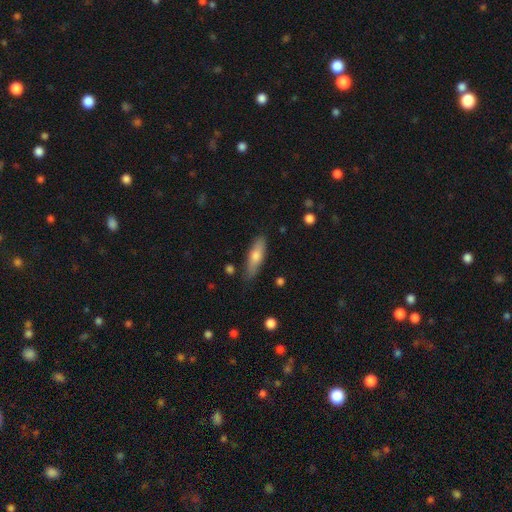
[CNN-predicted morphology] This appears to be a smooth galaxy with no disk features (65%) that is cigar-shaped (58%). Merging: none (82%).